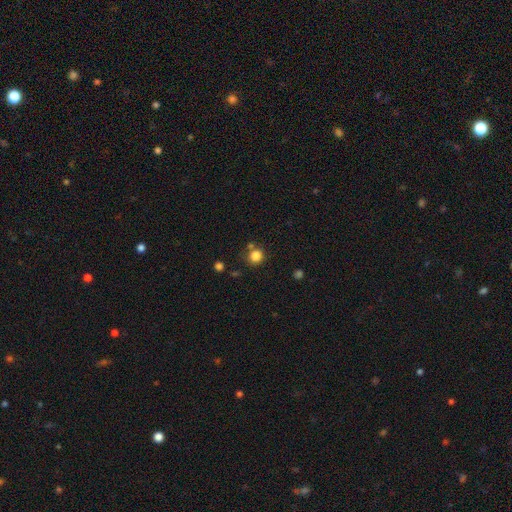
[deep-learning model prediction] Smooth or featured?
  - smooth: 83% *
  - star or artifact: 12%
  - featured or disk: 5%
How rounded?
  - round: 88% *
  - in between: 12%
  - cigar-shaped: 1%
Merging?
  - none: 74% *
  - minor disturbance: 11%
  - merger: 11%
  - major disturbance: 4%